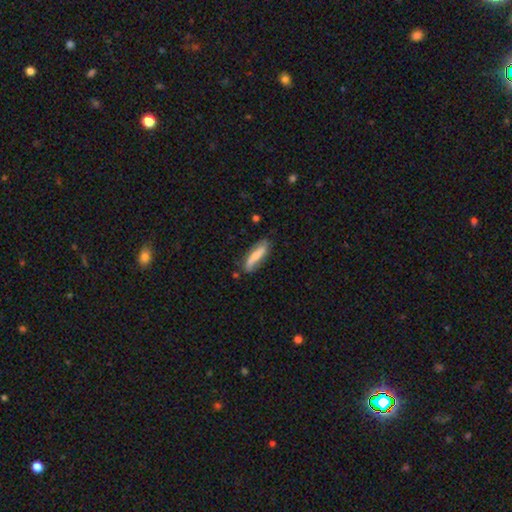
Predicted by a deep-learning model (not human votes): Q: Smooth or featured?
A: smooth (55%); runner-up: featured or disk (39%)
Q: How rounded?
A: cigar-shaped (64%); runner-up: in between (34%)
Q: Merging?
A: none (70%); runner-up: minor disturbance (22%)